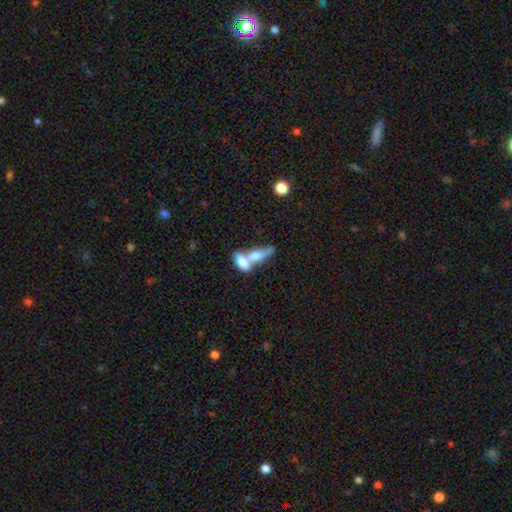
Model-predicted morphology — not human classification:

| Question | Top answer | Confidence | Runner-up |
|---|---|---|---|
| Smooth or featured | smooth | 67% | featured or disk (25%) |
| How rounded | in between | 76% | cigar-shaped (19%) |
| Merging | merger | 72% | none (16%) |